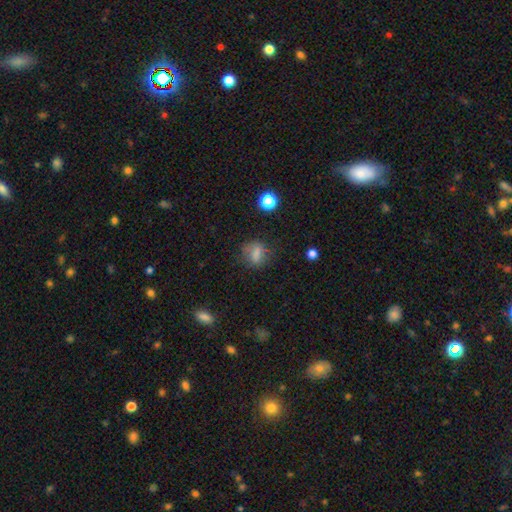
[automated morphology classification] Smooth or featured?
  - smooth: 67% *
  - featured or disk: 17%
  - star or artifact: 16%
How rounded?
  - in between: 51% *
  - round: 42%
  - cigar-shaped: 8%
Merging?
  - none: 67% *
  - minor disturbance: 18%
  - major disturbance: 9%
  - merger: 6%